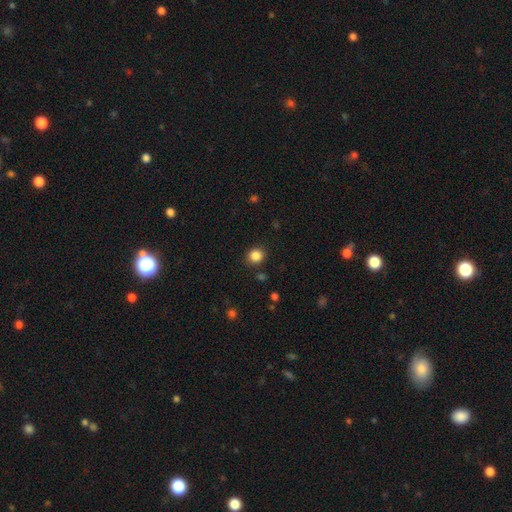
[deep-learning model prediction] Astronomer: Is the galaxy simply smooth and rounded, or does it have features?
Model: smooth — 85%.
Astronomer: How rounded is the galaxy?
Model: round — 79%.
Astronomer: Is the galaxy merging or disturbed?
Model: none — 88%.